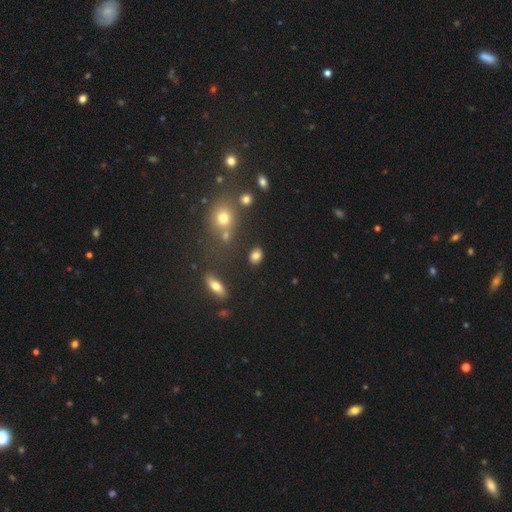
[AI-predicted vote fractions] smooth_or_featured: smooth (p=0.80) [alt: star or artifact p=0.12]
how_rounded: in between (p=0.68) [alt: round p=0.30]
merging: none (p=0.80) [alt: minor disturbance p=0.11]